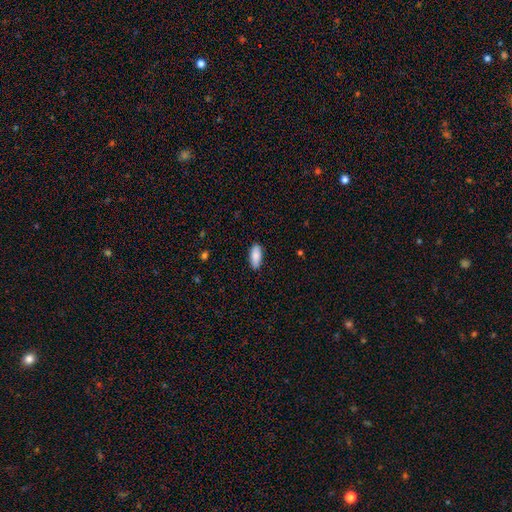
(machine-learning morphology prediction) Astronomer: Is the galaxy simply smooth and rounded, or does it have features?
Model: smooth — 88%.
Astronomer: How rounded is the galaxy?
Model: in between — 82%.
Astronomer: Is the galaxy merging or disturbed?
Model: none — 88%.